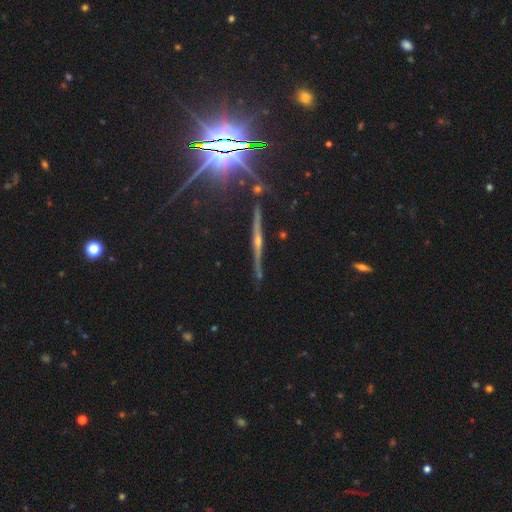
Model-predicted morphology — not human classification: featured or disk 76%, star or artifact 14%, smooth 10%. Down the decision tree: edge-on disk — yes (97%); edge-on bulge — rounded (82%); merging — none (85%).